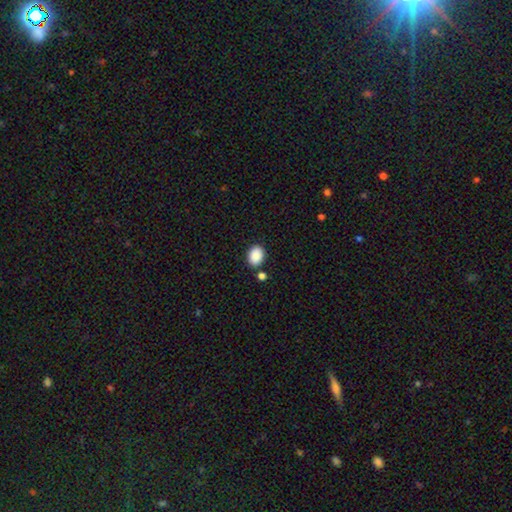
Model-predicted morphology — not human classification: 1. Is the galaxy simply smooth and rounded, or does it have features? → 89% smooth, 8% star or artifact, 3% featured or disk.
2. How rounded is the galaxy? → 73% in between, 26% round, 1% cigar-shaped.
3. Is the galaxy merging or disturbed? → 82% none, 10% minor disturbance, 6% merger, 3% major disturbance.